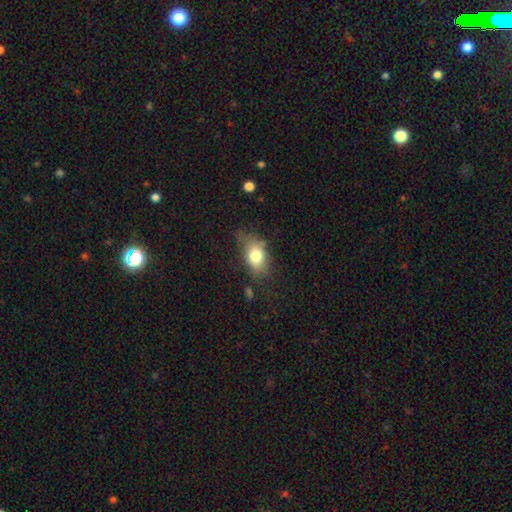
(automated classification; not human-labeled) This is likely a smooth galaxy (74%). How rounded: likely in between (79%). Merging: possibly none (54%).